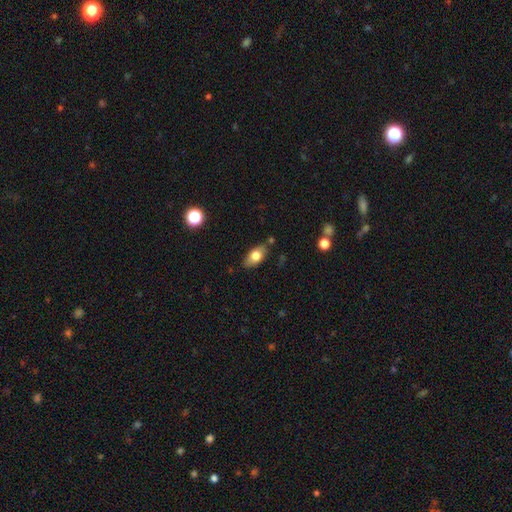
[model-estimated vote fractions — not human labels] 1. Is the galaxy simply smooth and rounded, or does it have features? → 72% smooth, 21% featured or disk, 8% star or artifact.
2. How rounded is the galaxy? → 88% in between, 6% cigar-shaped, 6% round.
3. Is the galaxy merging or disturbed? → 77% none, 16% minor disturbance, 3% merger, 3% major disturbance.